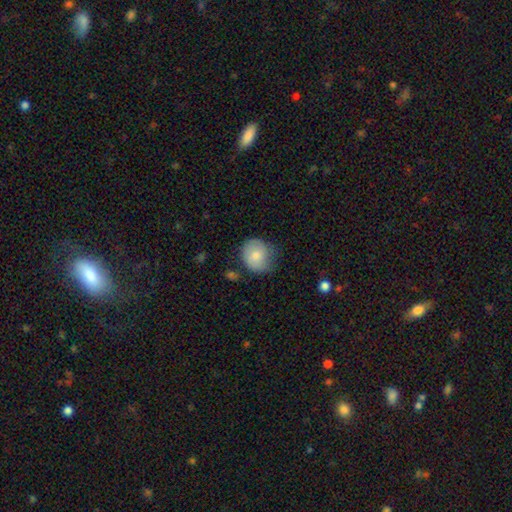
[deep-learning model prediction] Smooth or featured?
  - smooth: 76% *
  - featured or disk: 17%
  - star or artifact: 7%
How rounded?
  - round: 70% *
  - in between: 29%
  - cigar-shaped: 1%
Merging?
  - none: 55% *
  - minor disturbance: 32%
  - major disturbance: 10%
  - merger: 3%